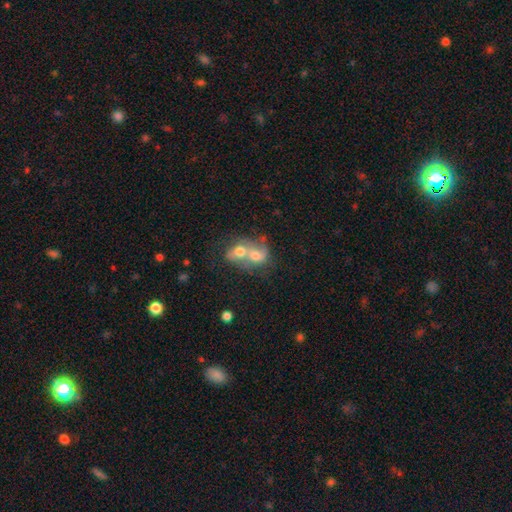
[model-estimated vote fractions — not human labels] Smooth or featured?
  - smooth: 53% *
  - featured or disk: 38%
  - star or artifact: 9%
How rounded?
  - in between: 52% *
  - round: 47%
  - cigar-shaped: 1%
Merging?
  - merger: 81% *
  - none: 10%
  - major disturbance: 5%
  - minor disturbance: 5%